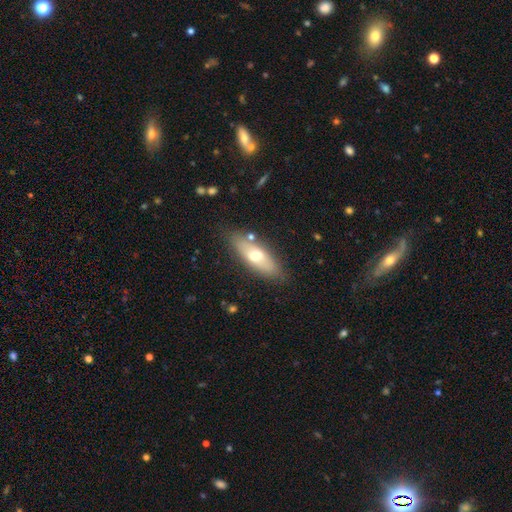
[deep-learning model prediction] Q: Smooth or featured?
A: smooth (54%); runner-up: featured or disk (39%)
Q: How rounded?
A: in between (61%); runner-up: cigar-shaped (36%)
Q: Merging?
A: none (81%); runner-up: minor disturbance (13%)